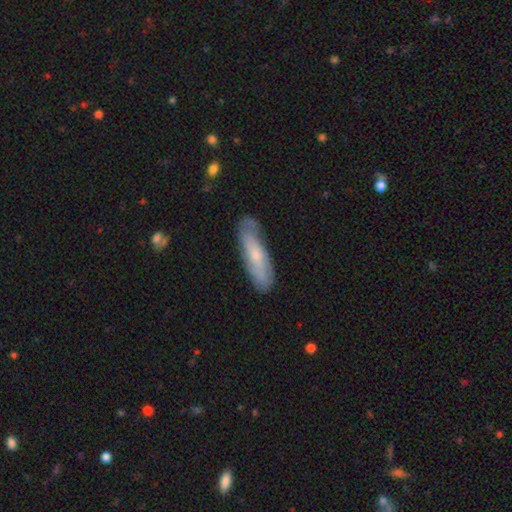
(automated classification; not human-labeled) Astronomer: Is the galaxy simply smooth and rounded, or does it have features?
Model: smooth — 60%.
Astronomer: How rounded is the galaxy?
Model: cigar-shaped — 68%.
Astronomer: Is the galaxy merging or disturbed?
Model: none — 75%.